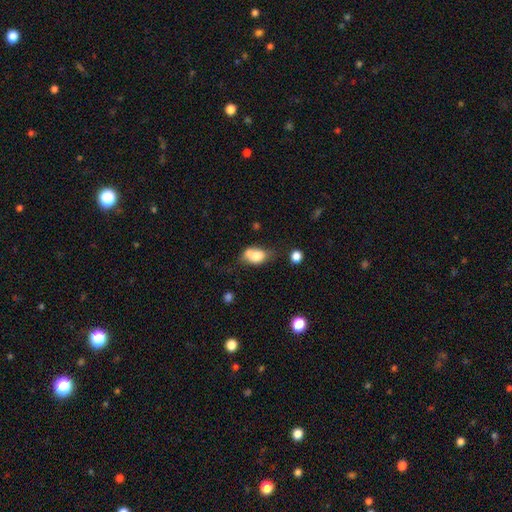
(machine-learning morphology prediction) Q: Smooth or featured?
A: smooth (74%); runner-up: featured or disk (17%)
Q: How rounded?
A: in between (76%); runner-up: round (22%)
Q: Merging?
A: none (35%); runner-up: merger (32%)